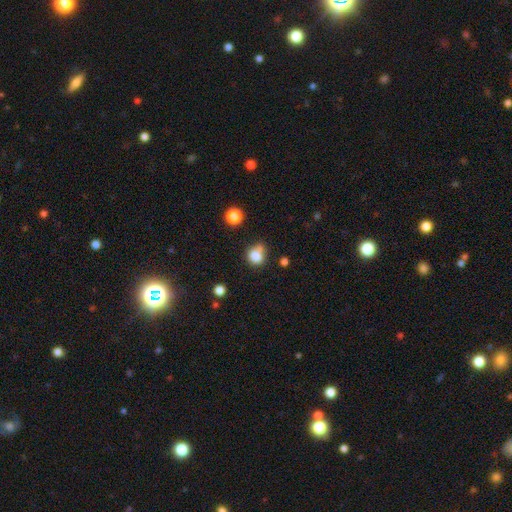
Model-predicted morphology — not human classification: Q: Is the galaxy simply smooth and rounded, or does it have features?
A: smooth — 81%.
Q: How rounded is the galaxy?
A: round — 73%.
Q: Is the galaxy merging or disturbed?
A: none — 51%.